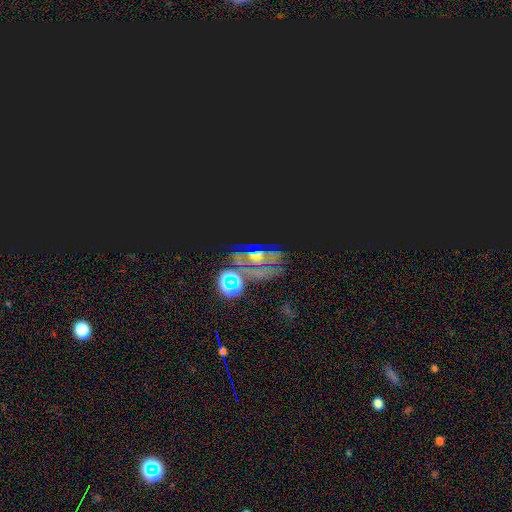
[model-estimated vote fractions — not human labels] Smooth or featured: star or artifact — 55% (featured or disk — 32%)